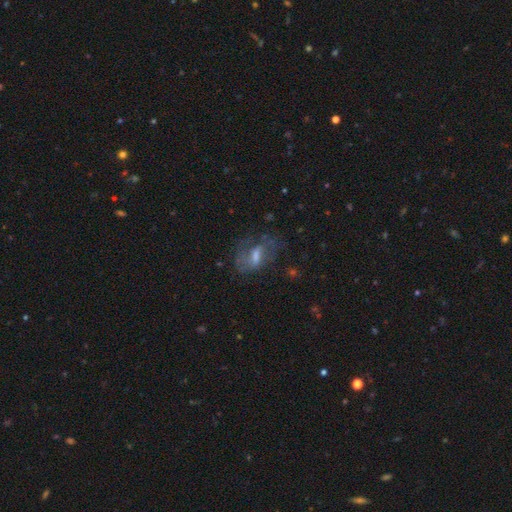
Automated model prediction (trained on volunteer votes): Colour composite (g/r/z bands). It shows a featured or disk galaxy (55%) with a weak bar (49%), spiral arms (61%) and a moderate central bulge (42%). Merging: none (53%).